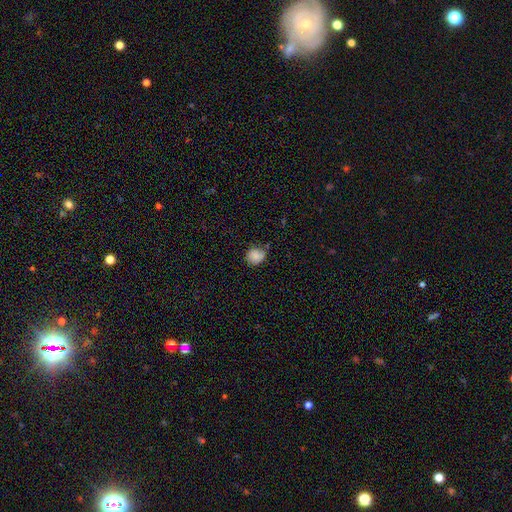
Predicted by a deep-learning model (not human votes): smooth-or-featured: smooth: 83% | star or artifact: 9% | featured or disk: 8%
  how-rounded: round: 77% | in between: 22% | cigar-shaped: 1%
  merging: none: 66% | minor disturbance: 26% | major disturbance: 5% | merger: 3%